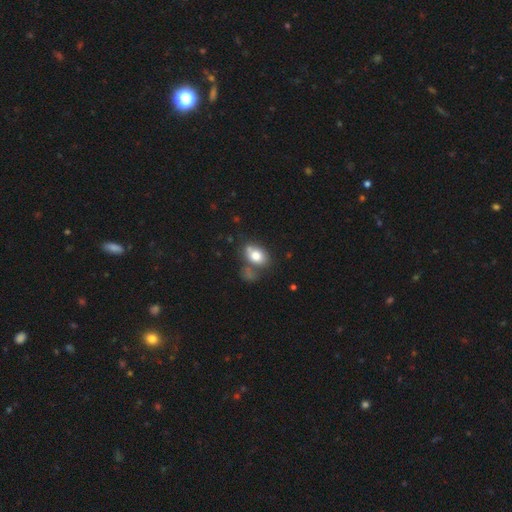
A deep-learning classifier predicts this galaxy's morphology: Smooth or featured? Predicted: smooth (p=0.77). How rounded? Predicted: in between (p=0.76). Merging? Predicted: none (p=0.41).